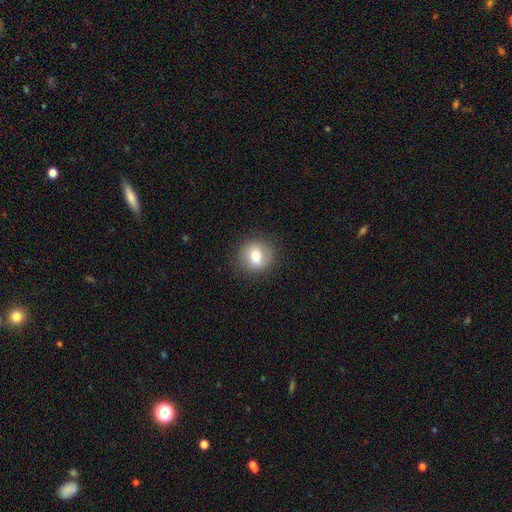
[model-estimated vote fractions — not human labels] The model was most divided on "smooth or featured": smooth: 75%, featured or disk: 15%, star or artifact: 9%. More confident: merging — none (86%); how rounded — round (86%).